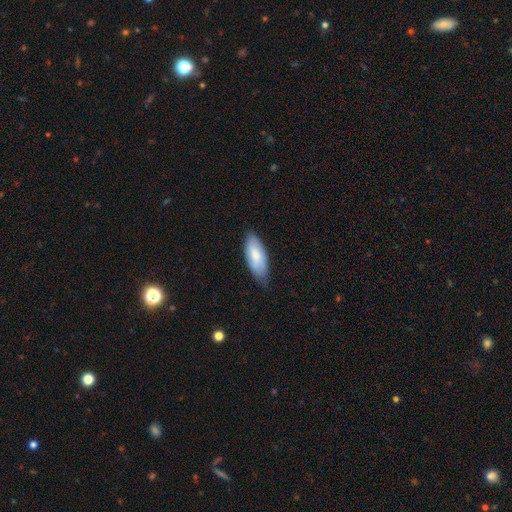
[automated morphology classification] type=smooth (76%); roundness=in between (82%); merging=none (67%).